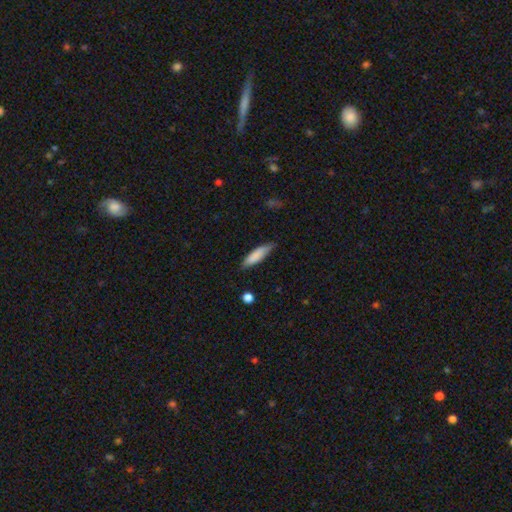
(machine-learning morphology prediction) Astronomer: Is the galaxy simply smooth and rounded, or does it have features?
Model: smooth — 83%.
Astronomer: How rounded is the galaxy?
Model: cigar-shaped — 57% (runner-up: in between, 41%).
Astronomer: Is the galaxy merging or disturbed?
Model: none — 72%.